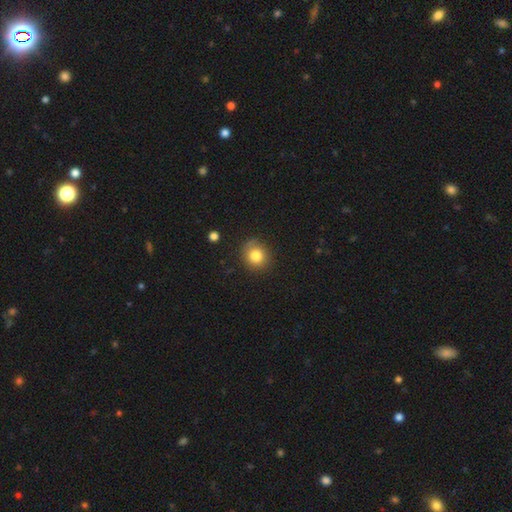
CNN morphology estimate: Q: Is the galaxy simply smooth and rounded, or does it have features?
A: smooth — 82%.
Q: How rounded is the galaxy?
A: round — 81%.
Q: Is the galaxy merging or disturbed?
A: none — 79%.